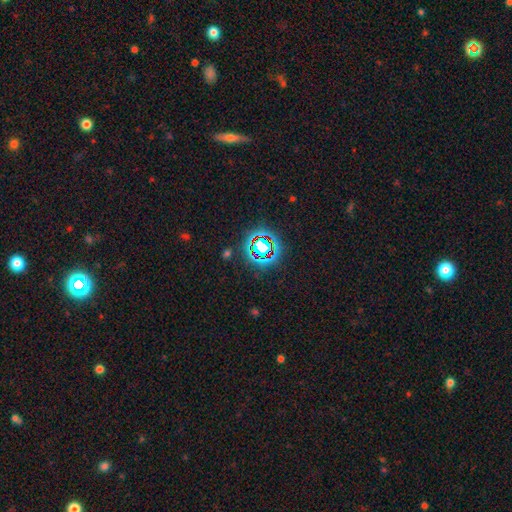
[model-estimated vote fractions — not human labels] smooth-or-featured: star or artifact: 73% | smooth: 16% | featured or disk: 11%